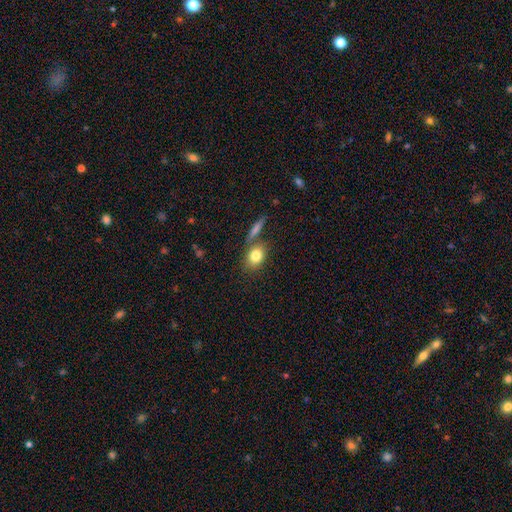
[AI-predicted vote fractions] A smooth galaxy with no disk features (81%) that is in between round and cigar-shaped (56%).

Vote fractions:
- Smooth or featured? smooth: 81% / featured or disk: 10% / star or artifact: 8%
- How rounded? in between: 56% / round: 41% / cigar-shaped: 3%
- Merging? none: 62% / merger: 21% / minor disturbance: 13% / major disturbance: 4%